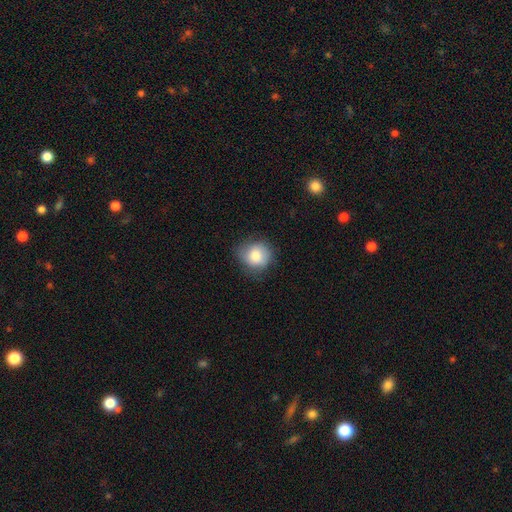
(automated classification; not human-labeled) Overall: smooth (82%). How rounded: round (78%). Merging: none (67%).